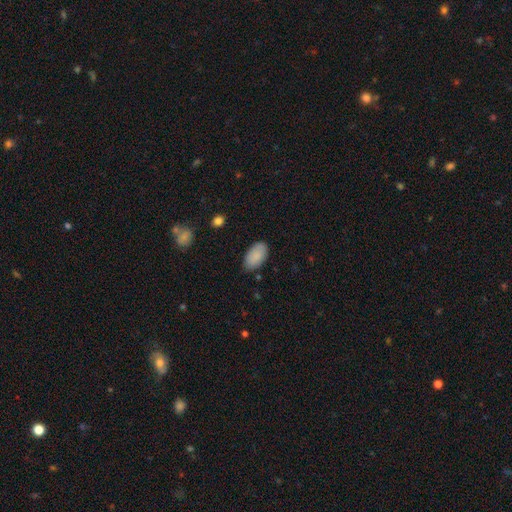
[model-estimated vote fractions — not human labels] Smooth or featured: smooth — 88% (star or artifact — 6%)
How rounded: in between — 95% (round — 3%)
Merging: none — 82% (minor disturbance — 14%)